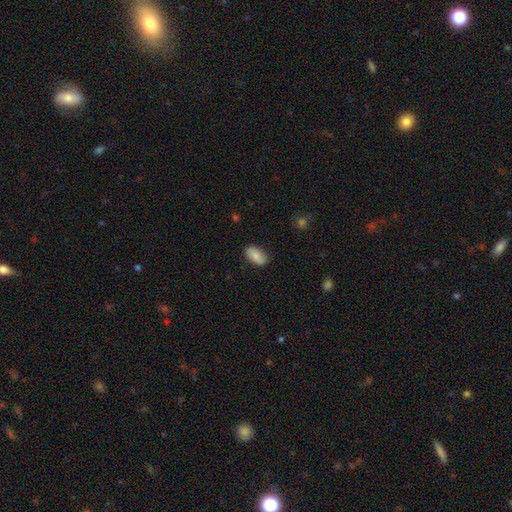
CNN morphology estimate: A smooth galaxy with no disk features (80%) that is in between round and cigar-shaped (94%).

Vote fractions:
- Smooth or featured? smooth: 80% / featured or disk: 13% / star or artifact: 6%
- How rounded? in between: 94% / round: 4% / cigar-shaped: 2%
- Merging? none: 81% / minor disturbance: 15% / major disturbance: 3% / merger: 1%